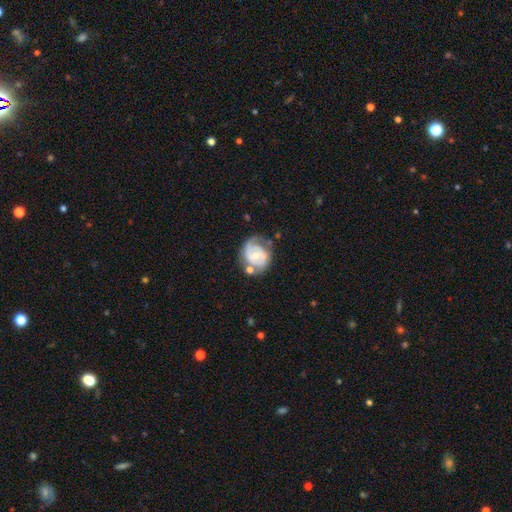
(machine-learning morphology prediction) Overall: featured or disk (76%). Edge-on disk: no (98%). Bar: no (52%; weak 39%). Spiral arms: yes (89%). Spiral arm count: 2 (67%). Spiral winding: tight (47%; medium 40%). Bulge size: small (51%; moderate 43%). Merging: none (53%; minor disturbance 24%).